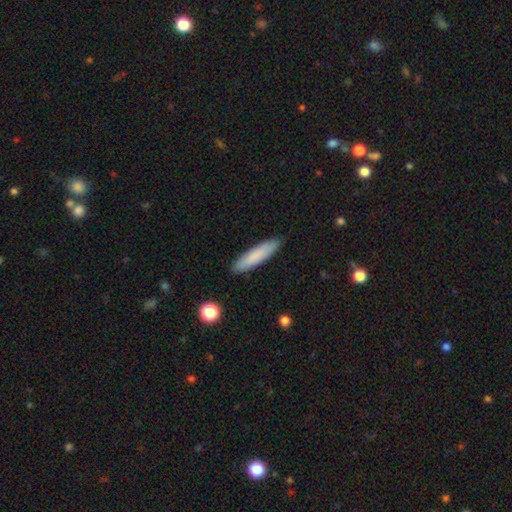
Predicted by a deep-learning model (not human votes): smooth_or_featured: smooth (p=0.82) [alt: featured or disk p=0.12]
how_rounded: cigar-shaped (p=0.82) [alt: in between p=0.17]
merging: none (p=0.89) [alt: minor disturbance p=0.08]